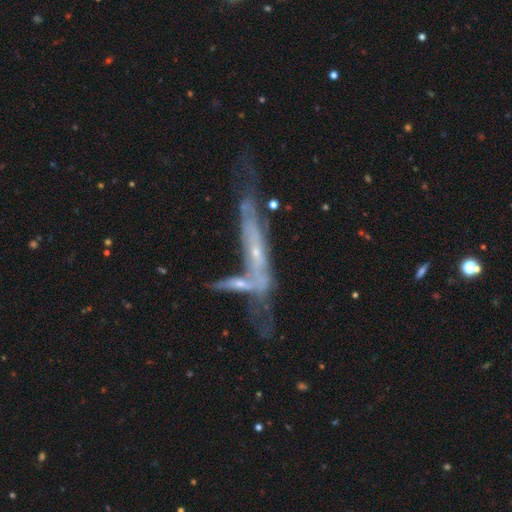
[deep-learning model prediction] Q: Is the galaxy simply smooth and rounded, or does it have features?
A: featured or disk — 71%.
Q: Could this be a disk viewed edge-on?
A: yes — 56%.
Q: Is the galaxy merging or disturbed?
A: merger — 43%.